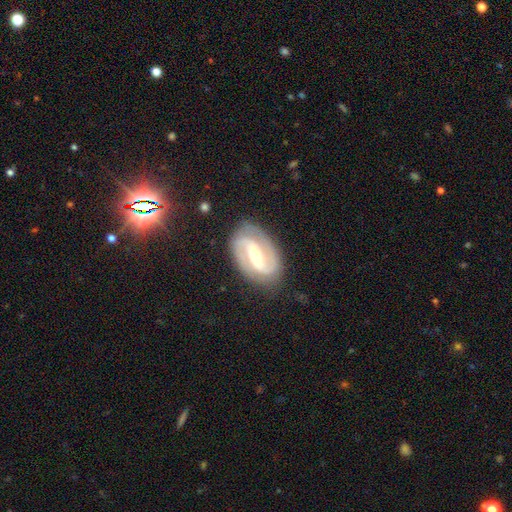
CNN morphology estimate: Smooth or featured? Predicted: featured or disk (p=0.88). Edge-on disk? Predicted: no (p=0.97). Bar? Predicted: strong (p=0.54). Spiral arms? Predicted: yes (p=0.95). Spiral winding? Predicted: medium (p=0.48). Spiral arm count? Predicted: 2 (p=0.92). Bulge size? Predicted: moderate (p=0.56). Merging? Predicted: none (p=0.82).